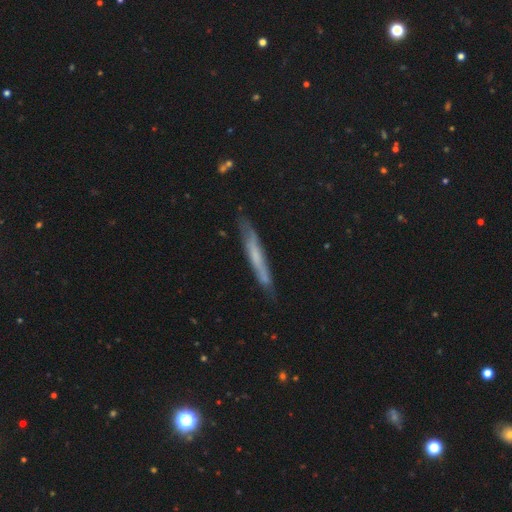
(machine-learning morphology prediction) type=featured or disk (47%); merging=none (78%).